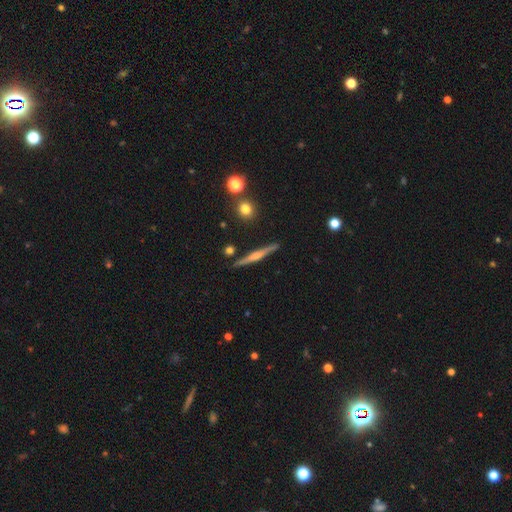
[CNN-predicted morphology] This is likely a featured or disk galaxy (73%). It is clearly viewed edge-on (98%). Edge-on bulge: likely rounded (77%). Merging: clearly none (89%).